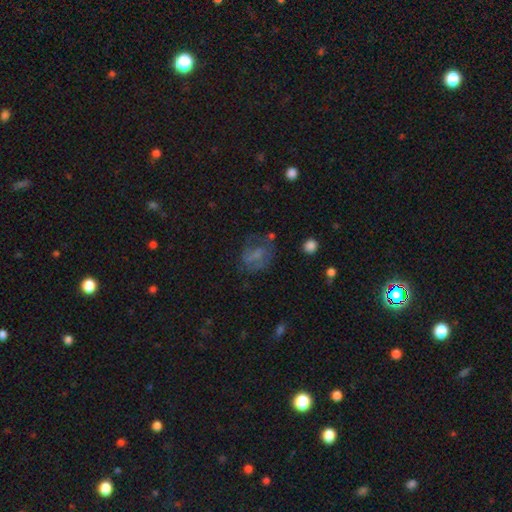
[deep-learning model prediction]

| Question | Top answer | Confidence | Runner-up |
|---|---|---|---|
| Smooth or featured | smooth | 49% | featured or disk (34%) |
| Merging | none | 50% | major disturbance (24%) |